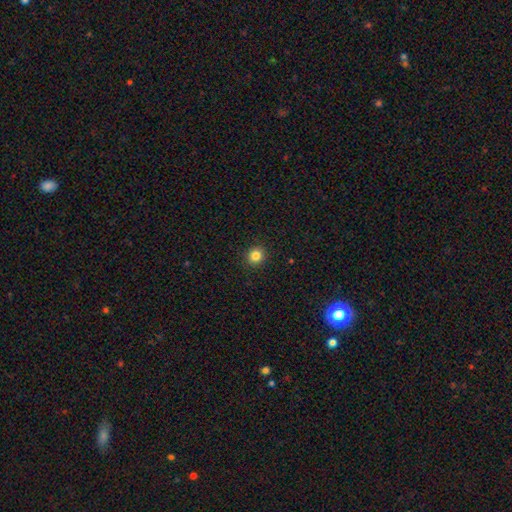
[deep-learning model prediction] The model was most divided on "smooth or featured": smooth: 84%, star or artifact: 12%, featured or disk: 4%. More confident: merging — none (93%); how rounded — round (92%).